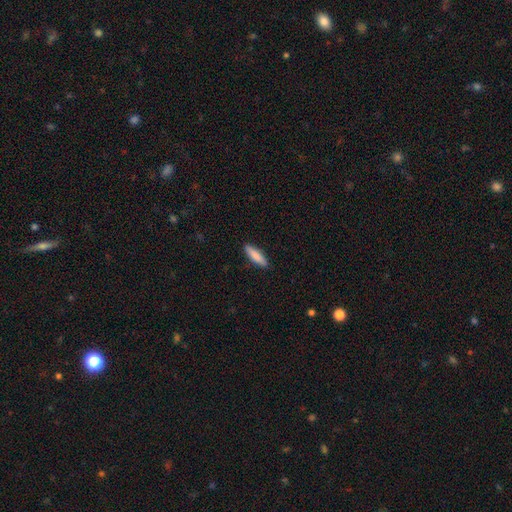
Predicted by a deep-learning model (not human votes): Smooth or featured? Predicted: smooth (p=0.83). How rounded? Predicted: cigar-shaped (p=0.69). Merging? Predicted: none (p=0.90).